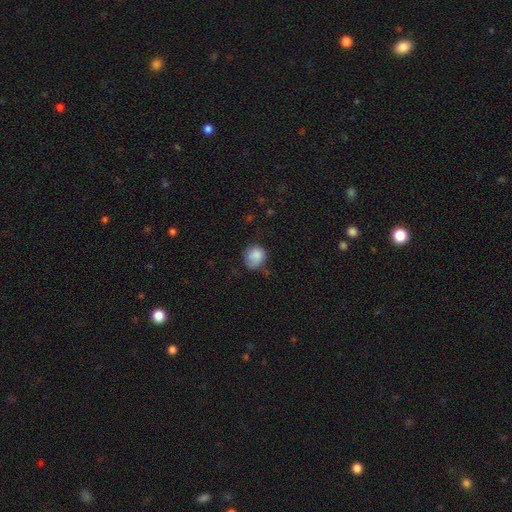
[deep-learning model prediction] A smooth galaxy with no disk features (83%) that is round (75%).

Vote fractions:
- Smooth or featured? smooth: 83% / featured or disk: 9% / star or artifact: 8%
- How rounded? round: 75% / in between: 25% / cigar-shaped: 1%
- Merging? none: 53% / minor disturbance: 34% / major disturbance: 11% / merger: 2%